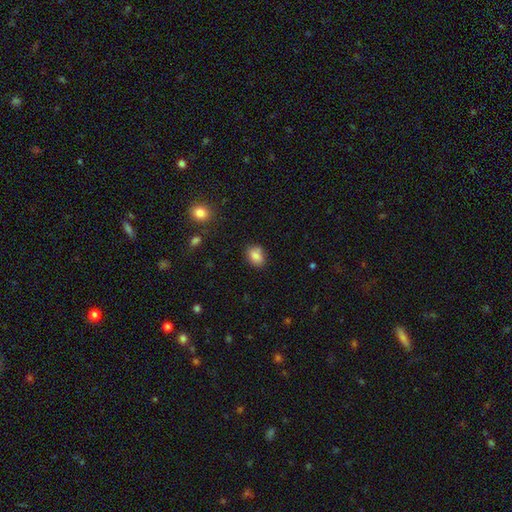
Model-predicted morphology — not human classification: smooth 84%, star or artifact 10%, featured or disk 7%. Down the decision tree: how rounded — in between (68%); merging — none (75%).